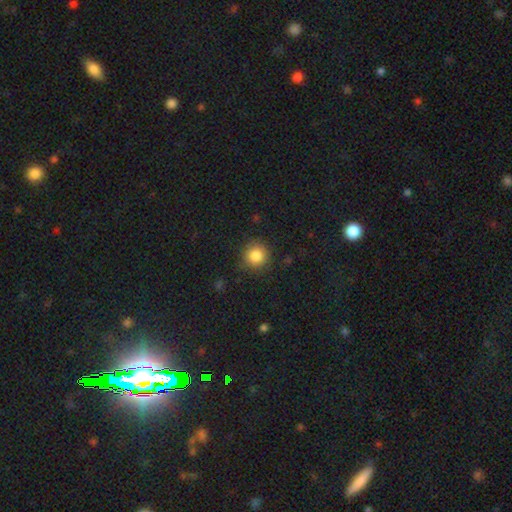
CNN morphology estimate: A smooth galaxy with no disk features (85%) that is round (93%). Merging: none (86%).